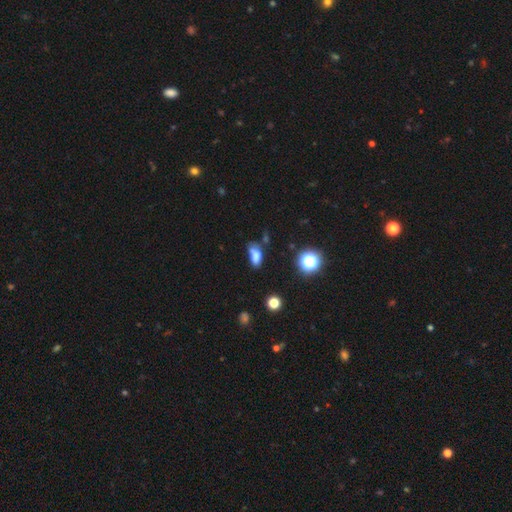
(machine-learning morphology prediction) smooth 72%, star or artifact 15%, featured or disk 13%. Down the decision tree: how rounded — in between (82%); merging — none (36%).